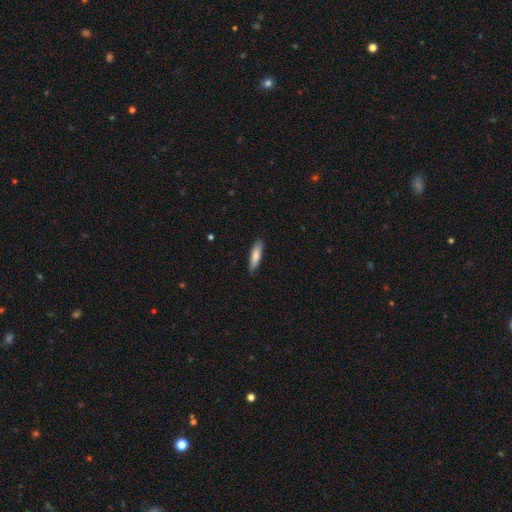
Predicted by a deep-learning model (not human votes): Overall: smooth (81%). How rounded: cigar-shaped (72%). Merging: none (87%).